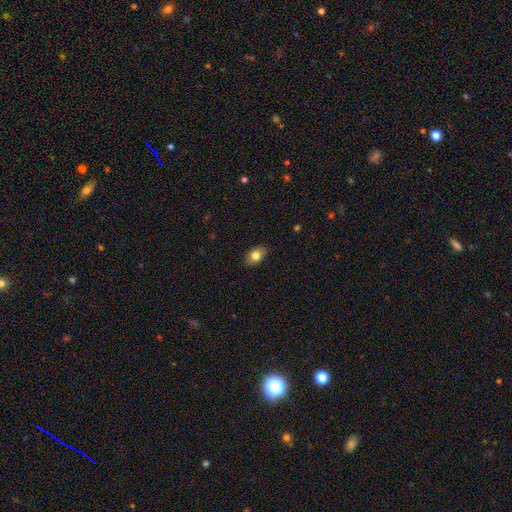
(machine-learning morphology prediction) Smooth or featured?
  - smooth: 82% *
  - featured or disk: 9%
  - star or artifact: 9%
How rounded?
  - in between: 80% *
  - round: 19%
  - cigar-shaped: 1%
Merging?
  - none: 87% *
  - minor disturbance: 10%
  - major disturbance: 2%
  - merger: 1%